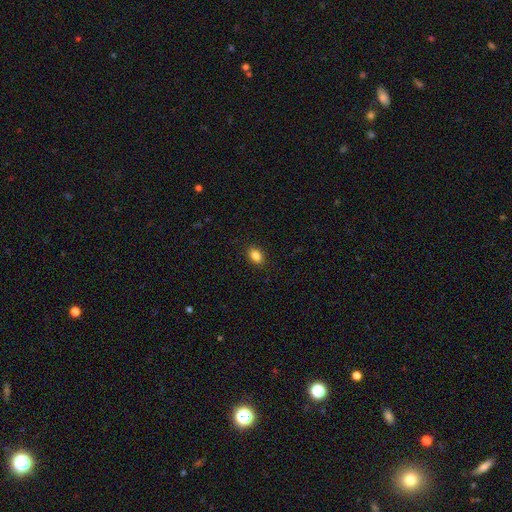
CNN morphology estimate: Smooth or featured? Predicted: smooth (p=0.86). How rounded? Predicted: in between (p=0.80). Merging? Predicted: none (p=0.89).